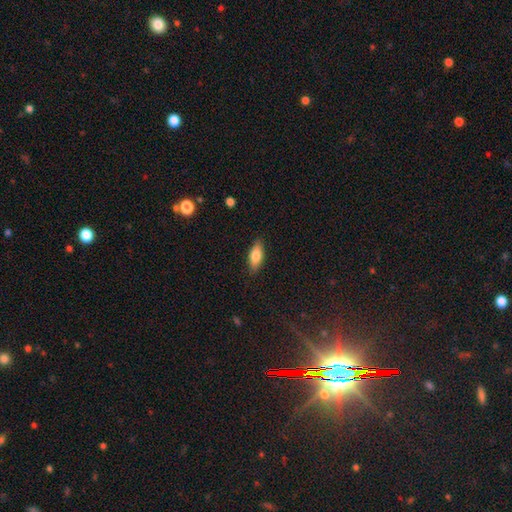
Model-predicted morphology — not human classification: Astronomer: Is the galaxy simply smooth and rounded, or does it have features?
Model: smooth — 76%.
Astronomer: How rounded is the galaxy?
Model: in between — 74%.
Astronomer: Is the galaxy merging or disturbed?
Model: none — 86%.